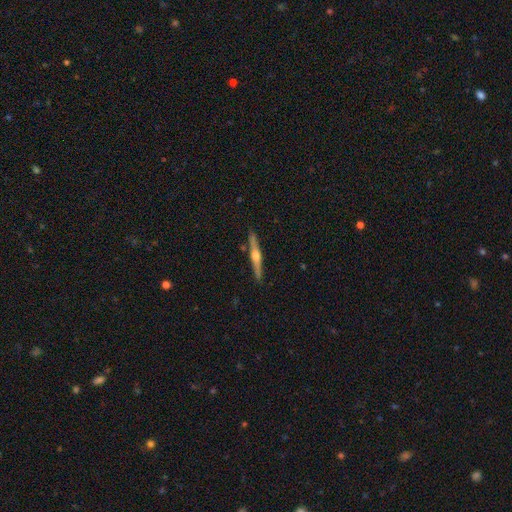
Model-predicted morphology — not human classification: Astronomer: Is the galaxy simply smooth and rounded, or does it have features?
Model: featured or disk — 75%.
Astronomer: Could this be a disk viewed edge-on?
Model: yes — 98%.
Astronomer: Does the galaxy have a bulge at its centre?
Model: rounded — 91%.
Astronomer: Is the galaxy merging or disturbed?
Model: none — 90%.